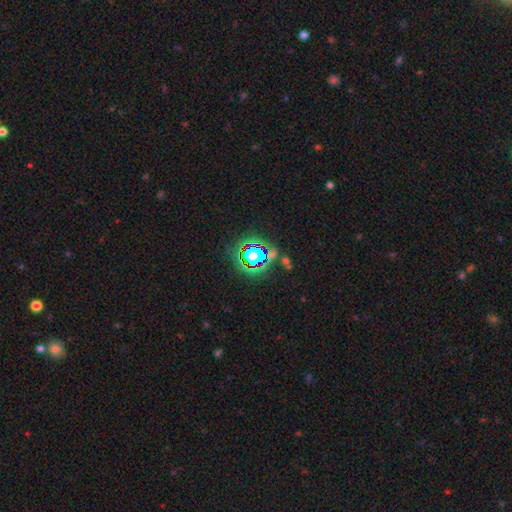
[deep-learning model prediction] This appears to be a star or artifact, not a galaxy (77%).